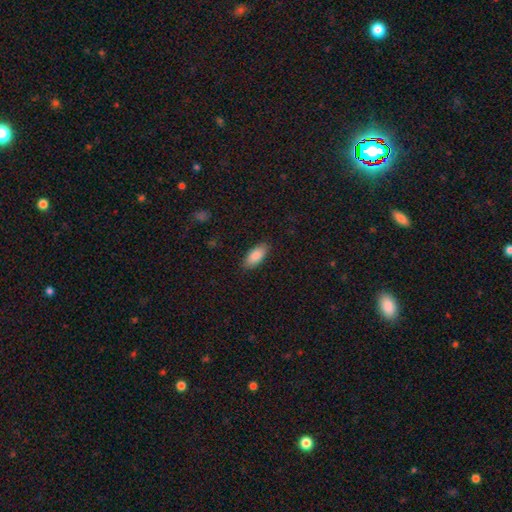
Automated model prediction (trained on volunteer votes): Morphology: type=smooth (87%); roundness=in between (89%); merging=none (87%).